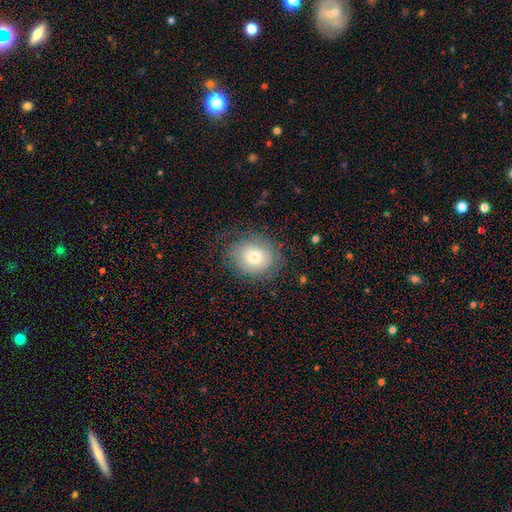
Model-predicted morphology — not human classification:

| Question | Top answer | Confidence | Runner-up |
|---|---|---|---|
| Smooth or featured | smooth | 52% | featured or disk (34%) |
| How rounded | round | 65% | in between (34%) |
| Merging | none | 78% | minor disturbance (14%) |